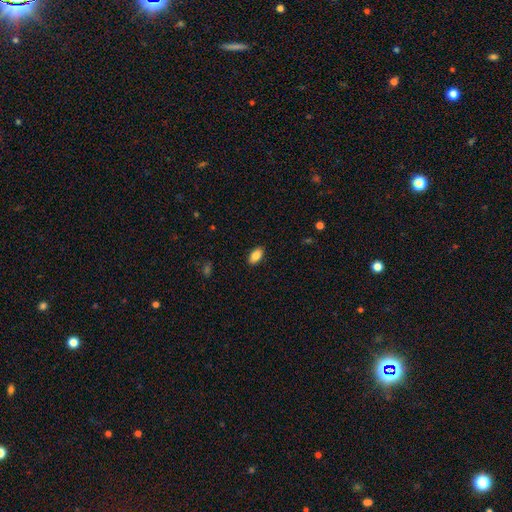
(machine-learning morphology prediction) A smooth galaxy with no disk features (86%) that is in between round and cigar-shaped (92%).

Vote fractions:
- Smooth or featured? smooth: 86% / star or artifact: 7% / featured or disk: 7%
- How rounded? in between: 92% / round: 5% / cigar-shaped: 3%
- Merging? none: 89% / minor disturbance: 8% / major disturbance: 2% / merger: 1%